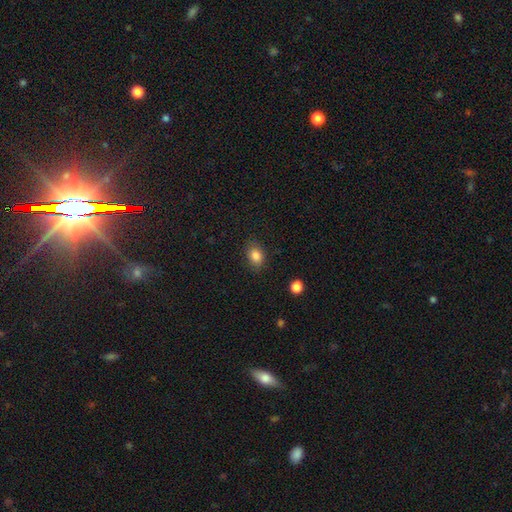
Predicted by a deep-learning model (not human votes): Smooth or featured?
  - smooth: 84% *
  - star or artifact: 10%
  - featured or disk: 7%
How rounded?
  - in between: 69% *
  - round: 29%
  - cigar-shaped: 1%
Merging?
  - none: 83% *
  - minor disturbance: 13%
  - major disturbance: 3%
  - merger: 1%